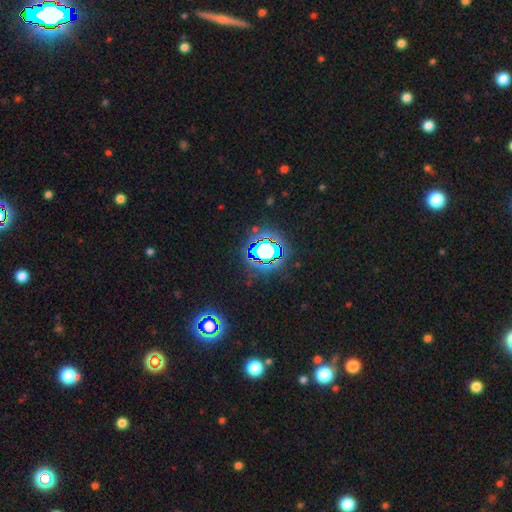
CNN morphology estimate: This appears to be a star or artifact, not a galaxy (78%).